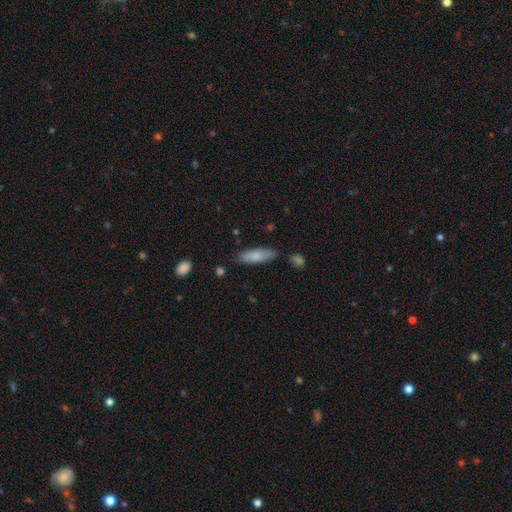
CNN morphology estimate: type=smooth (80%); roundness=in between (49%, tied with cigar-shaped); merging=none (79%).